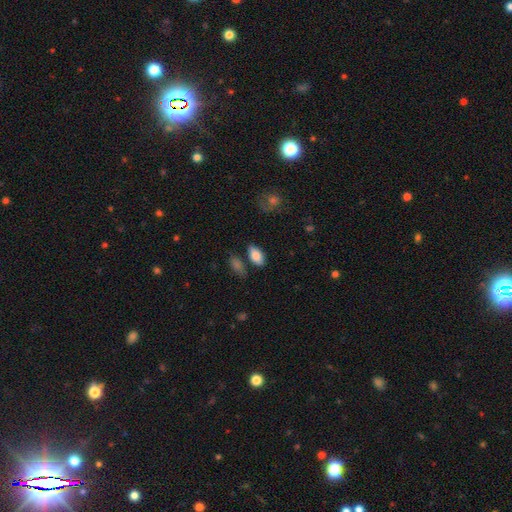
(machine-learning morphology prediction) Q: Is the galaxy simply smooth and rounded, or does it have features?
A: smooth — 85%.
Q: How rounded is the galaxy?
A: in between — 92%.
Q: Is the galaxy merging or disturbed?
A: none — 75%.